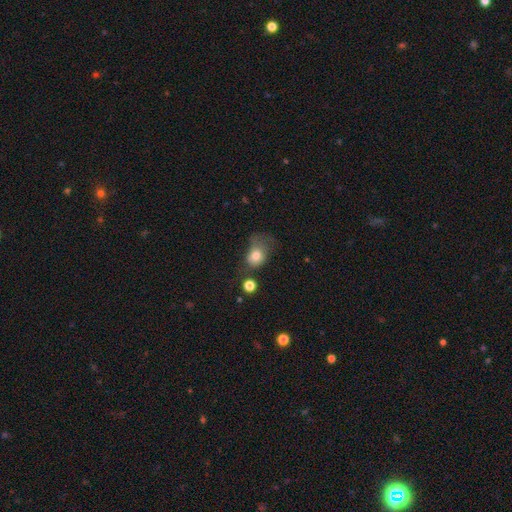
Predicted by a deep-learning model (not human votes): smooth-or-featured: smooth: 75% | featured or disk: 14% | star or artifact: 11%
  how-rounded: round: 50% | in between: 49% | cigar-shaped: 1%
  merging: major disturbance: 37% | minor disturbance: 29% | none: 26% | merger: 8%